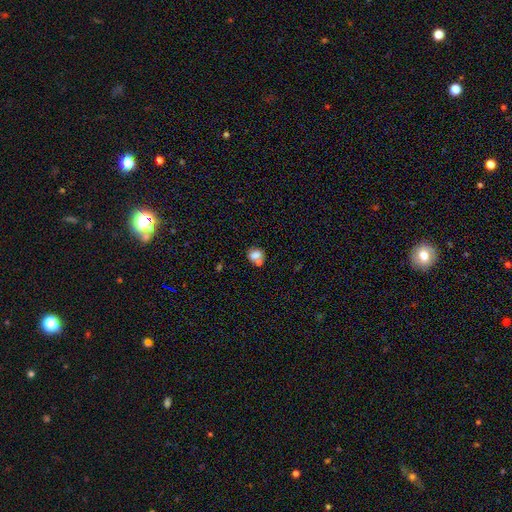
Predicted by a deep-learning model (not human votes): A smooth galaxy with no disk features (73%) that is round (54%).

Vote fractions:
- Smooth or featured? smooth: 73% / featured or disk: 15% / star or artifact: 11%
- How rounded? round: 54% / in between: 45% / cigar-shaped: 1%
- Merging? none: 41% / merger: 40% / minor disturbance: 13% / major disturbance: 6%